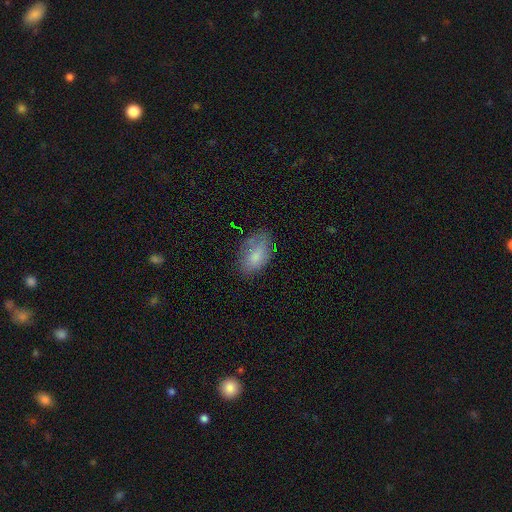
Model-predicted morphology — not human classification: smooth 78%, featured or disk 14%, star or artifact 8%. Down the decision tree: how rounded — in between (92%); merging — none (66%).